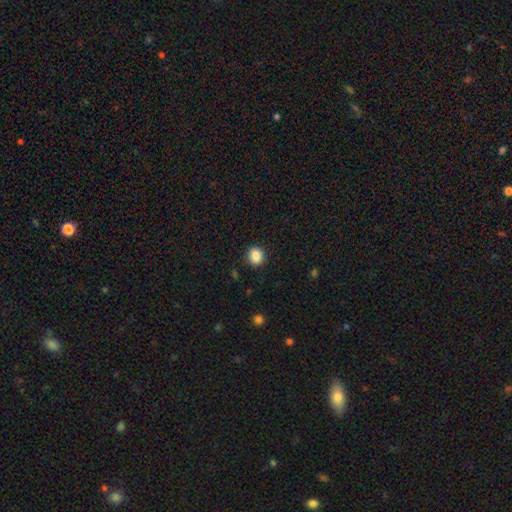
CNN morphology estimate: Smooth or featured?
  - smooth: 87% *
  - star or artifact: 10%
  - featured or disk: 4%
How rounded?
  - round: 75% *
  - in between: 24%
  - cigar-shaped: 1%
Merging?
  - none: 89% *
  - minor disturbance: 8%
  - major disturbance: 2%
  - merger: 1%